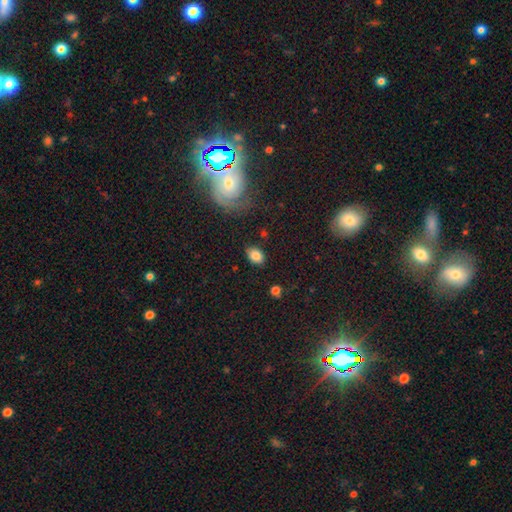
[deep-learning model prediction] Morphology: type=smooth (83%); roundness=in between (78%); merging=none (82%).